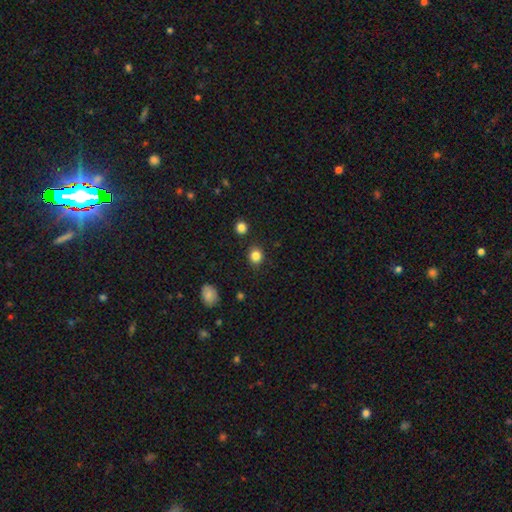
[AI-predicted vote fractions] A smooth galaxy with no disk features (84%) that is round (78%).

Vote fractions:
- Smooth or featured? smooth: 84% / star or artifact: 12% / featured or disk: 5%
- How rounded? round: 78% / in between: 21% / cigar-shaped: 1%
- Merging? none: 87% / minor disturbance: 8% / merger: 3% / major disturbance: 2%